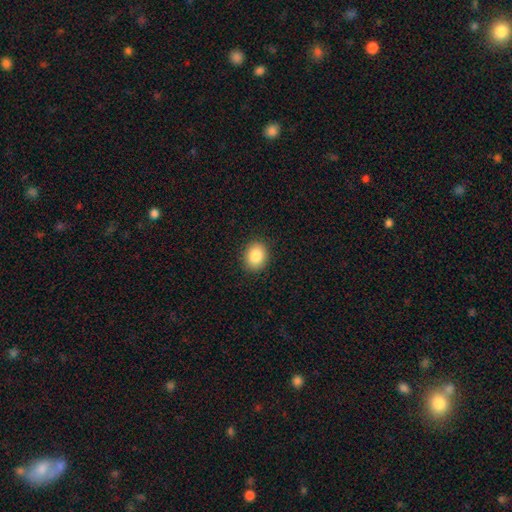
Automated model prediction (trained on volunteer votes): This appears to be a smooth galaxy with no disk features (86%) that is round (61%). Merging: none (90%).